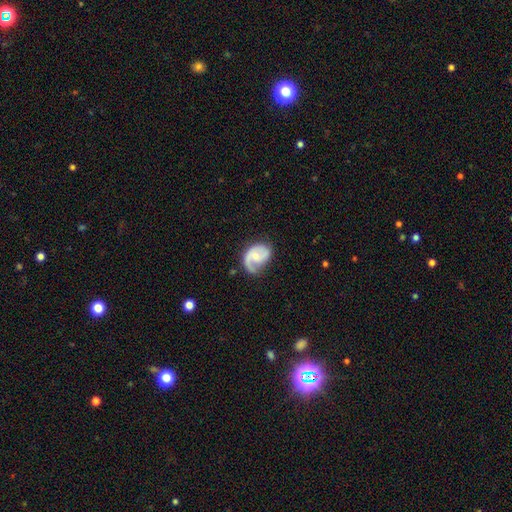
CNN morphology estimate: The model was most divided on "bulge size": small: 50%, moderate: 43%, none: 4%, large: 2%, dominant: 1%. Remaining: edge-on disk — no (98%); spiral arms — yes (93%); smooth or featured — featured or disk (76%); bar — no (61%); spiral arm count — 2 (54%); merging — none (53%); spiral winding — medium (43%).